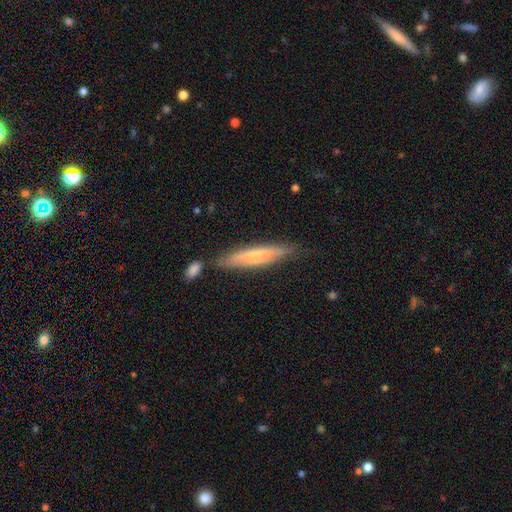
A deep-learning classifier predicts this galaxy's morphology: Smooth or featured: smooth — 53% (featured or disk — 41%)
How rounded: cigar-shaped — 87% (in between — 12%)
Merging: none — 72% (minor disturbance — 16%)